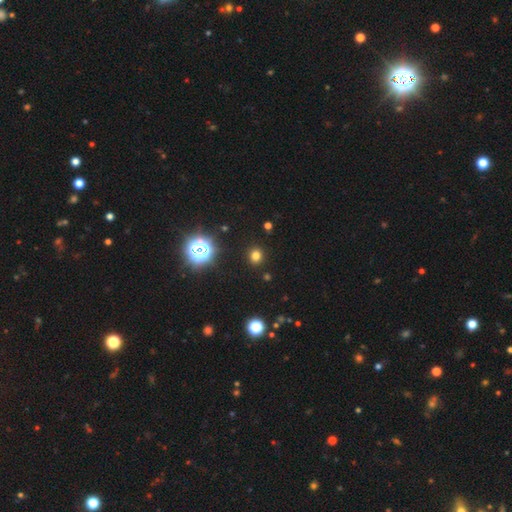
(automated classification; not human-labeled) A smooth galaxy with no disk features (74%) that is round (86%).

Vote fractions:
- Smooth or featured? smooth: 74% / star or artifact: 21% / featured or disk: 5%
- How rounded? round: 86% / in between: 13% / cigar-shaped: 1%
- Merging? none: 91% / minor disturbance: 6% / major disturbance: 2% / merger: 1%